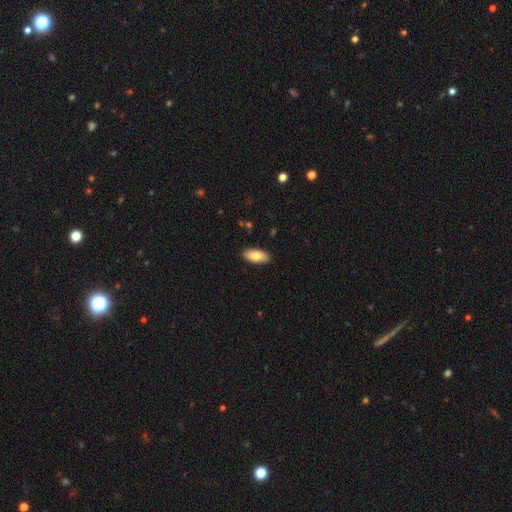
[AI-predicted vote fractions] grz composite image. It shows a smooth galaxy with no disk features (81%) that is in between round and cigar-shaped (91%). Merging: none (90%).